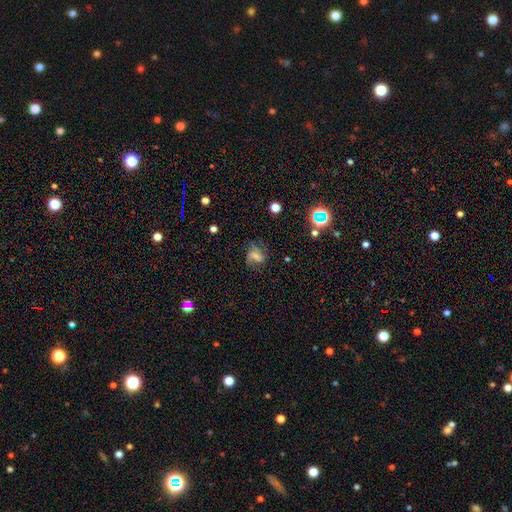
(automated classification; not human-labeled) smooth-or-featured: smooth: 42% (tied) | featured or disk: 42% (tied) | star or artifact: 16%
  merging: none: 50% | minor disturbance: 24% | major disturbance: 24% | merger: 3%